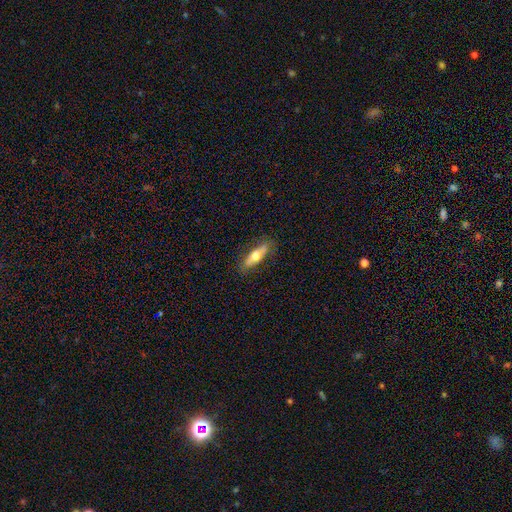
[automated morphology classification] The model was most divided on "how rounded": cigar-shaped: 55%, in between: 42%, round: 2%. More confident: merging — none (85%); smooth or featured — smooth (55%).